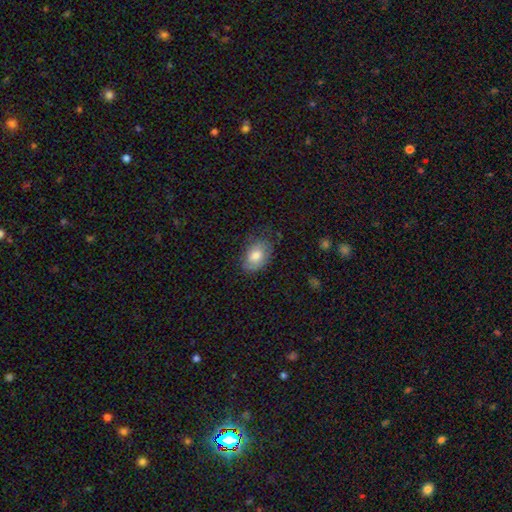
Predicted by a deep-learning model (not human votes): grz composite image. It shows a smooth galaxy with no disk features (75%) that is in between round and cigar-shaped (85%). Merging: none (69%).